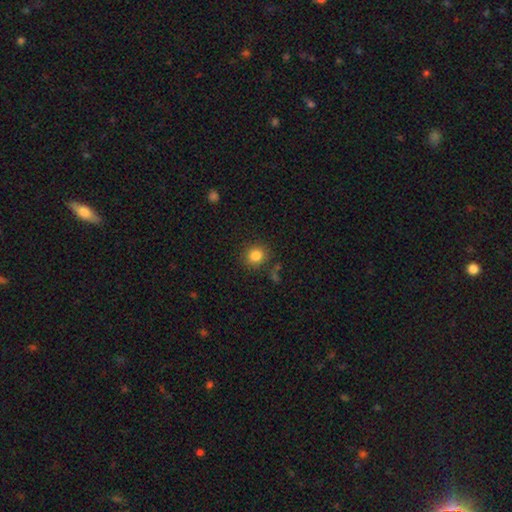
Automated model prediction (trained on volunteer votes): smooth_or_featured: smooth (p=0.83) [alt: star or artifact p=0.11]
how_rounded: round (p=0.85) [alt: in between p=0.14]
merging: none (p=0.85) [alt: minor disturbance p=0.09]